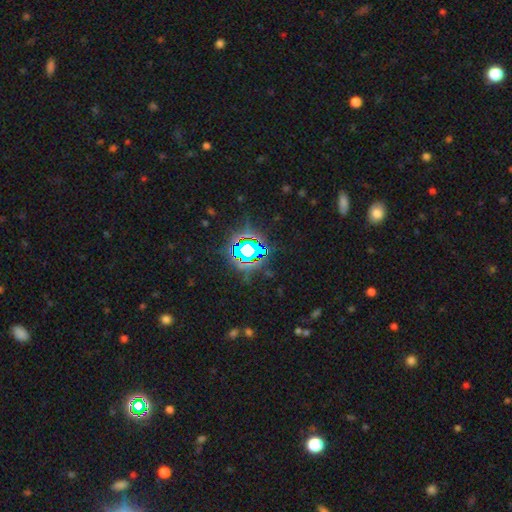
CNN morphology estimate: smooth_or_featured: star or artifact (p=0.77) [alt: smooth p=0.13]